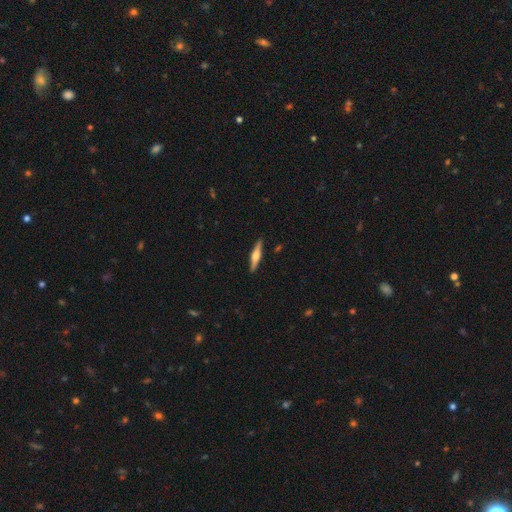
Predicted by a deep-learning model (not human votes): Smooth or featured: featured or disk — 62% (smooth — 33%)
Edge-on disk: yes — 97% (no — 3%)
Edge-on bulge: rounded — 86% (boxy — 10%)
Merging: none — 90% (minor disturbance — 7%)